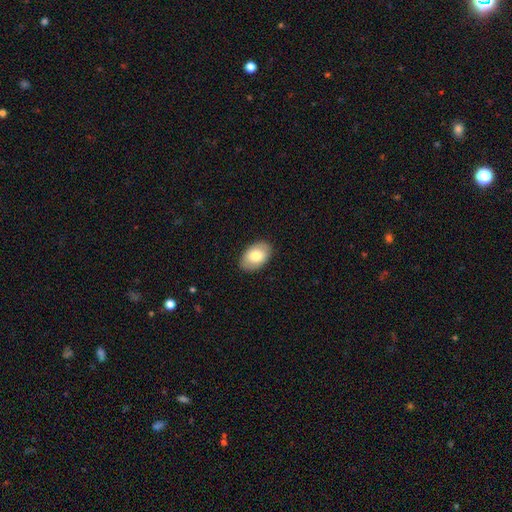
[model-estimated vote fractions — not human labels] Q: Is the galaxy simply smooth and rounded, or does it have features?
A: smooth — 77%.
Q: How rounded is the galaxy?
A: in between — 89%.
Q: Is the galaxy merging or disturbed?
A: none — 87%.